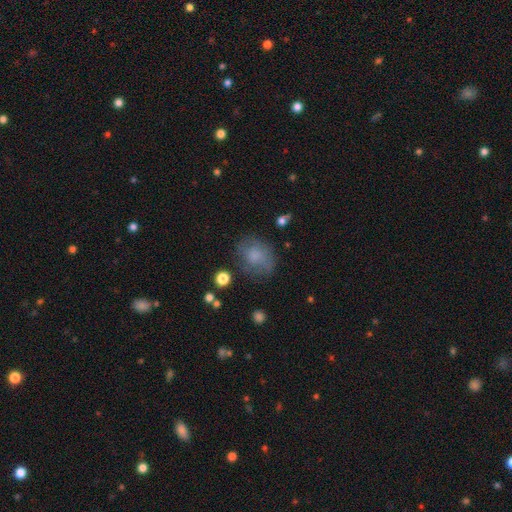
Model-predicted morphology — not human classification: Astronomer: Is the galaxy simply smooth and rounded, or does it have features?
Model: smooth — 69%.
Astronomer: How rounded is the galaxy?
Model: round — 53% (runner-up: in between, 46%).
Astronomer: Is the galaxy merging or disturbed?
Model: none — 60%.